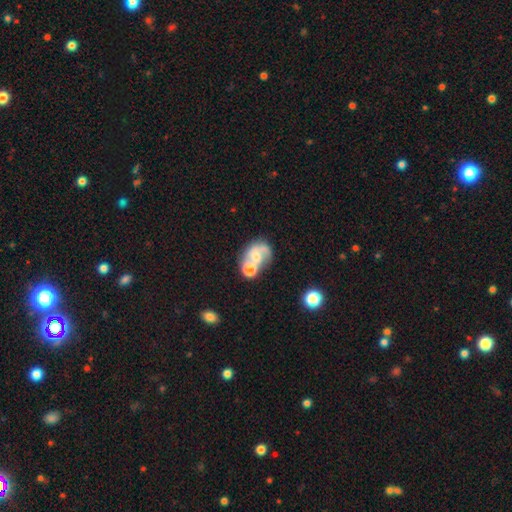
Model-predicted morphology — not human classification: This is possibly a featured or disk galaxy (53%). It is clearly not viewed edge-on (98%). Bar: likely no (68%). Spiral arm pattern: likely yes (66%). Central bulge: marginally moderate (41%). Merging: marginally merger (42%).